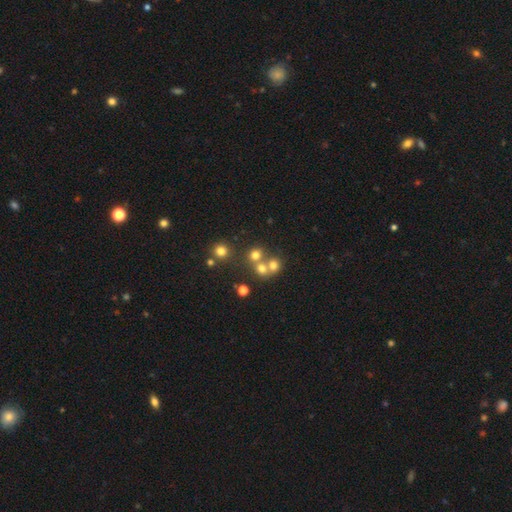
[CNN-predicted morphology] This appears to be a smooth galaxy with no disk features (68%) that is round (83%). Merging: none (50%).